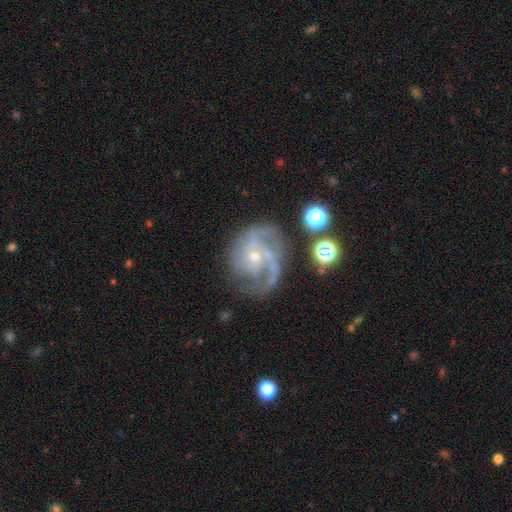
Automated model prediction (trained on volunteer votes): Smooth or featured: featured or disk — 82% (smooth — 10%)
Edge-on disk: no — 98% (yes — 2%)
Bar: no — 68% (weak — 27%)
Spiral arms: yes — 92% (no — 8%)
Spiral winding: medium — 45% (tight — 35%)
Spiral arm count: 3 — 28% (can't tell — 26%)
Bulge size: small — 69% (moderate — 26%)
Merging: none — 53% (minor disturbance — 22%)